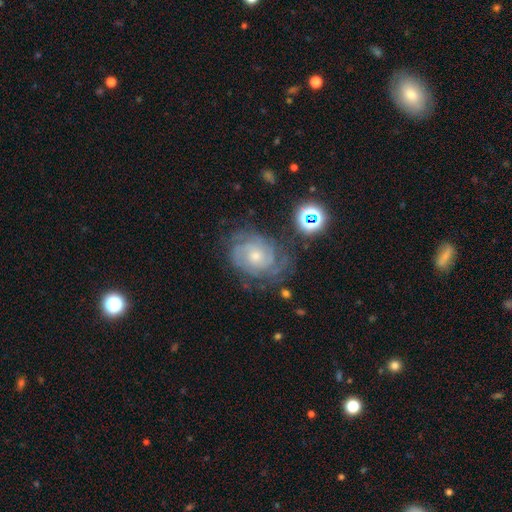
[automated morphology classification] type=featured or disk (82%); edge-on=no (97%); bar=no (75%); spiral arms=yes (95%); winding=tight (69%); arm count=can't tell (38%); bulge=small (52%); merging=none (66%).